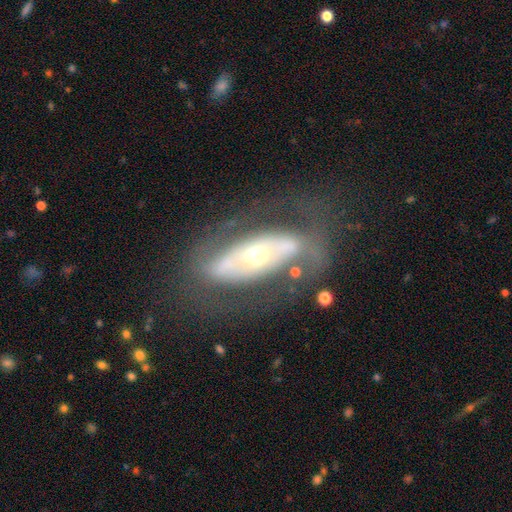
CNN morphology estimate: Q: Smooth or featured?
A: featured or disk (72%); runner-up: smooth (22%)
Q: Edge-on disk?
A: no (85%); runner-up: yes (15%)
Q: Bar?
A: no (63%); runner-up: strong (21%)
Q: Spiral arms?
A: no (58%); runner-up: yes (42%)
Q: Bulge size?
A: moderate (62%); runner-up: small (26%)
Q: Merging?
A: none (64%); runner-up: minor disturbance (16%)